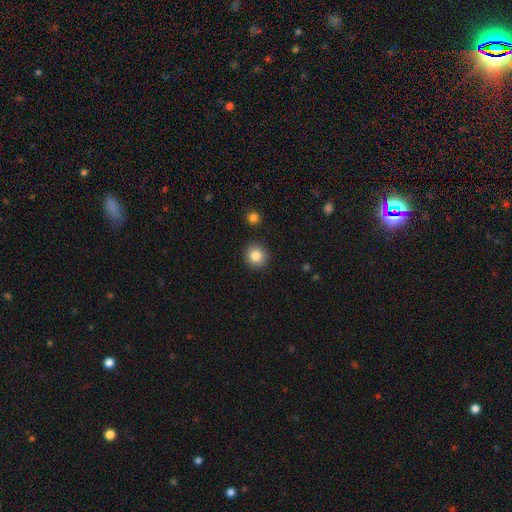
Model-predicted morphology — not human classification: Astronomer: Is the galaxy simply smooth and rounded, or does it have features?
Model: smooth — 85%.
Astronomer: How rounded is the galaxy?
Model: round — 90%.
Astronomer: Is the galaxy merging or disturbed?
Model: none — 90%.